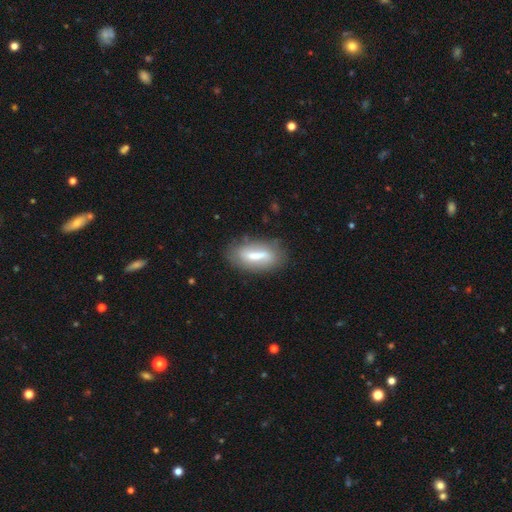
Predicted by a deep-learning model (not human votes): A smooth galaxy with no disk features (56%) that is in between round and cigar-shaped (66%).

Vote fractions:
- Smooth or featured? smooth: 56% / featured or disk: 36% / star or artifact: 8%
- How rounded? in between: 66% / cigar-shaped: 30% / round: 3%
- Merging? none: 69% / minor disturbance: 20% / major disturbance: 7% / merger: 4%